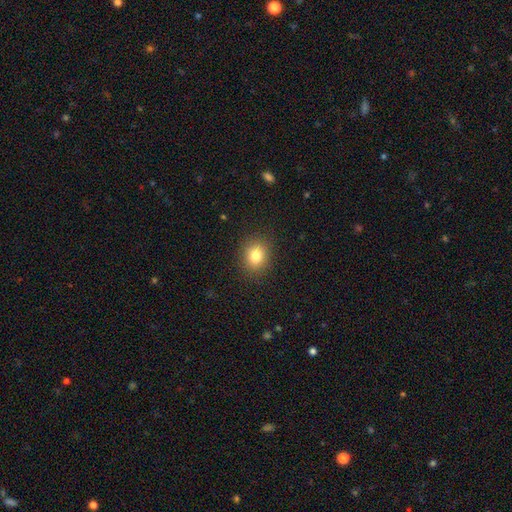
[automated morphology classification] Overall: smooth (81%). How rounded: round (62%; in between 37%). Merging: none (89%).